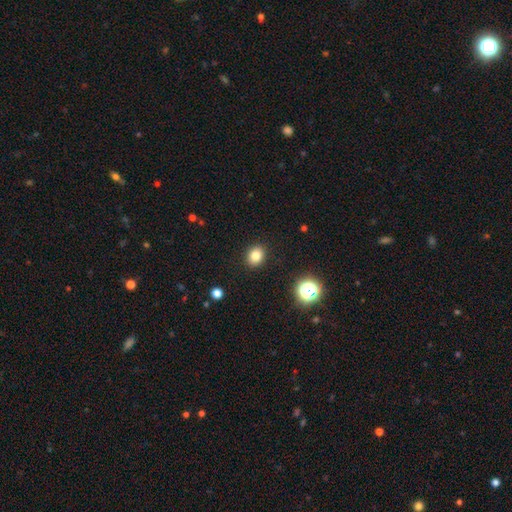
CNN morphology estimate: Smooth or featured: smooth — 81% (star or artifact — 13%)
How rounded: round — 51% (in between — 48%)
Merging: none — 90% (minor disturbance — 7%)